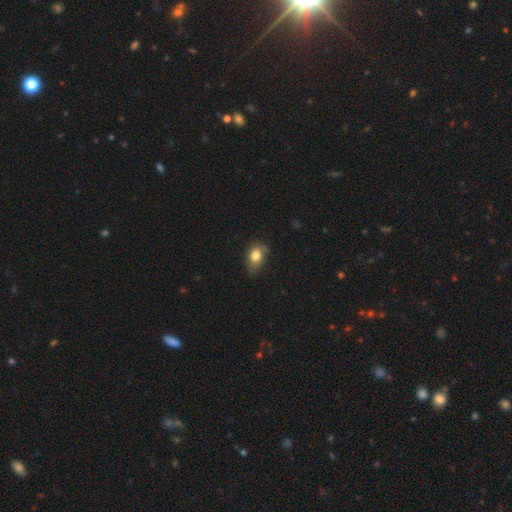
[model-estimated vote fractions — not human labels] Q: Smooth or featured?
A: smooth (80%); runner-up: featured or disk (11%)
Q: How rounded?
A: in between (69%); runner-up: round (30%)
Q: Merging?
A: none (57%); runner-up: minor disturbance (33%)